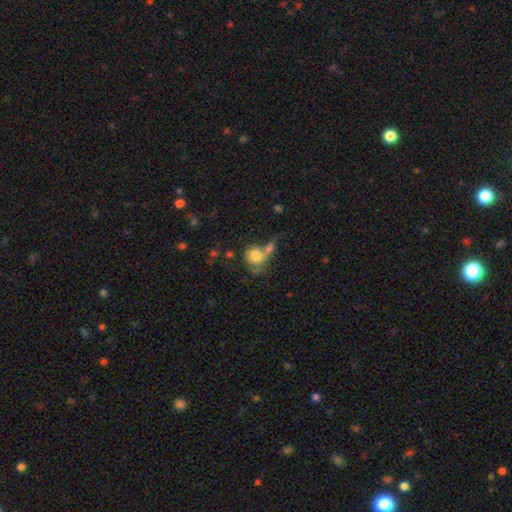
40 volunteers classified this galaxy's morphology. Volunteers were most divided on "merging": none: 39%, merger: 33%, minor disturbance: 19%, major disturbance: 8%. More confident: smooth or featured — smooth (78%); how rounded — round (77%).